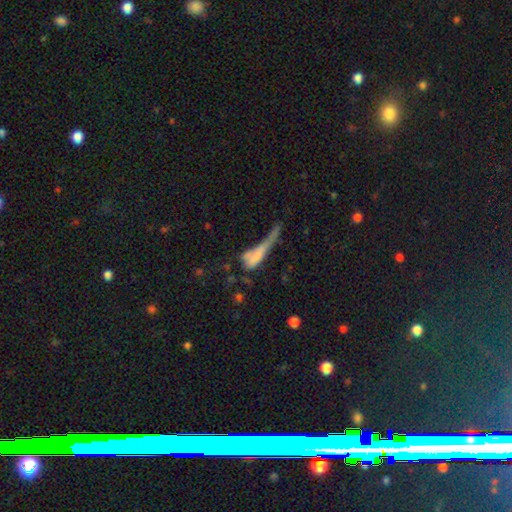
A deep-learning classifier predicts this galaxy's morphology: A smooth galaxy with no disk features (59%) that is cigar-shaped (53%).

Vote fractions:
- Smooth or featured? smooth: 59% / featured or disk: 29% / star or artifact: 12%
- How rounded? cigar-shaped: 53% / in between: 40% / round: 7%
- Merging? major disturbance: 48% / merger: 19% / minor disturbance: 18% / none: 15%